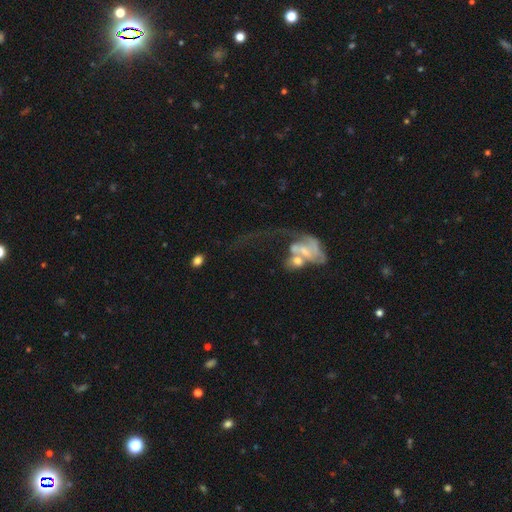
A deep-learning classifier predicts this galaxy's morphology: smooth_or_featured: featured or disk (p=0.57) [alt: smooth p=0.23]
disk_edge_on: no (p=0.94) [alt: yes p=0.06]
bar: no (p=0.71) [alt: weak p=0.21]
has_spiral_arms: yes (p=0.58) [alt: no p=0.42]
bulge_size: small (p=0.42) [alt: moderate p=0.31]
merging: merger (p=0.49) [alt: major disturbance p=0.25]